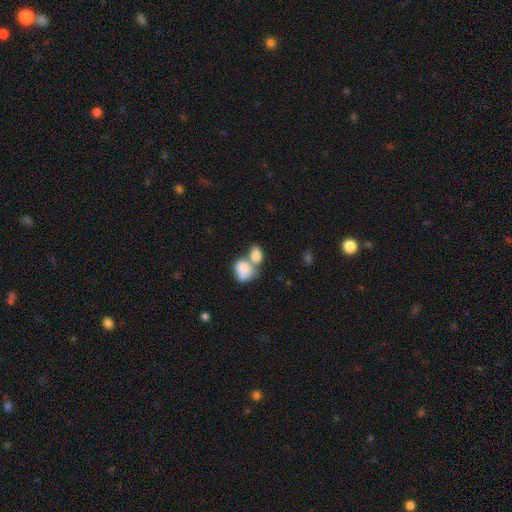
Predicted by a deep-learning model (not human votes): Overall: smooth (82%). How rounded: in between (73%). Merging: merger (70%).